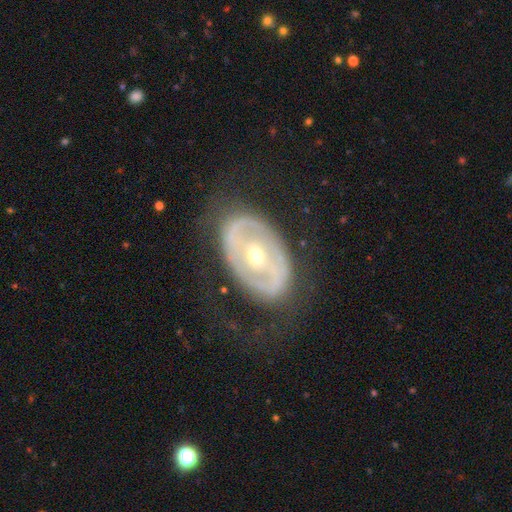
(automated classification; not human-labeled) Morphology: type=featured or disk (76%); edge-on=no (93%); bar=no (46%); spiral arms=no (60%); bulge=small (53%); merging=none (70%).